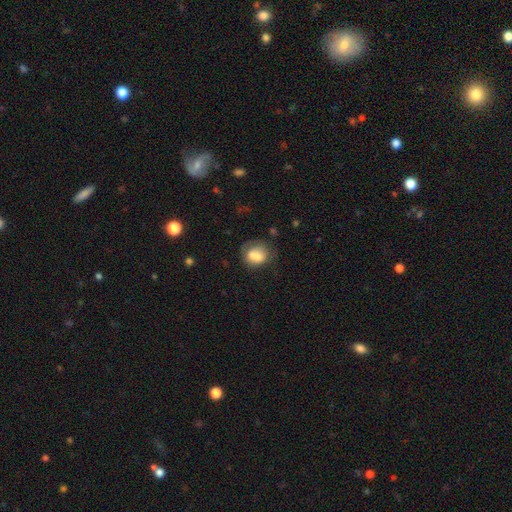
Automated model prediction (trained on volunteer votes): A smooth galaxy with no disk features (72%) that is round (62%).

Vote fractions:
- Smooth or featured? smooth: 72% / featured or disk: 19% / star or artifact: 9%
- How rounded? round: 62% / in between: 37% / cigar-shaped: 1%
- Merging? none: 40% / merger: 24% / minor disturbance: 22% / major disturbance: 13%